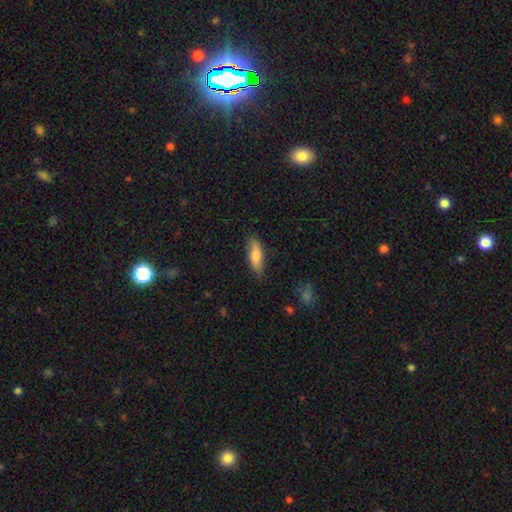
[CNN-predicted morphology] A smooth galaxy with no disk features (78%) that is in between round and cigar-shaped (56%).

Vote fractions:
- Smooth or featured? smooth: 78% / featured or disk: 16% / star or artifact: 6%
- How rounded? in between: 56% / cigar-shaped: 42% / round: 2%
- Merging? none: 83% / minor disturbance: 14% / major disturbance: 2% / merger: 1%